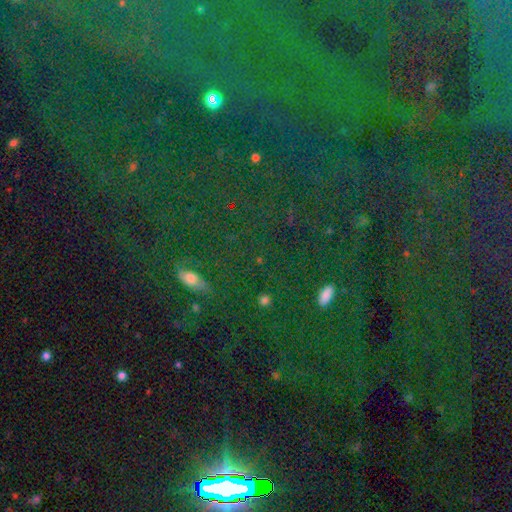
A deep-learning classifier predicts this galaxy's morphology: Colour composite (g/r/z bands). It shows a star or artifact, not a galaxy (65%).